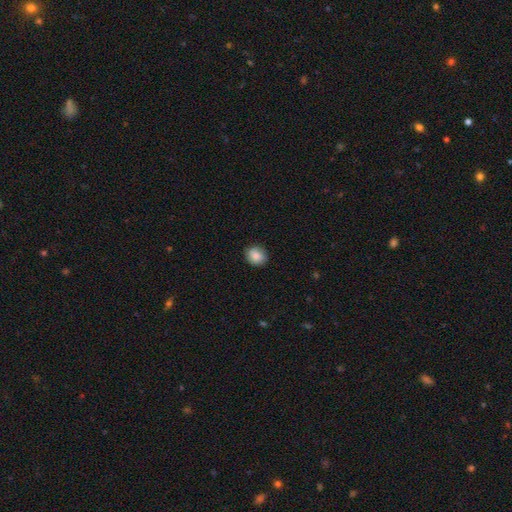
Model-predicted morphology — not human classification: Overall: smooth (85%). How rounded: round (68%; in between 31%). Merging: none (86%).